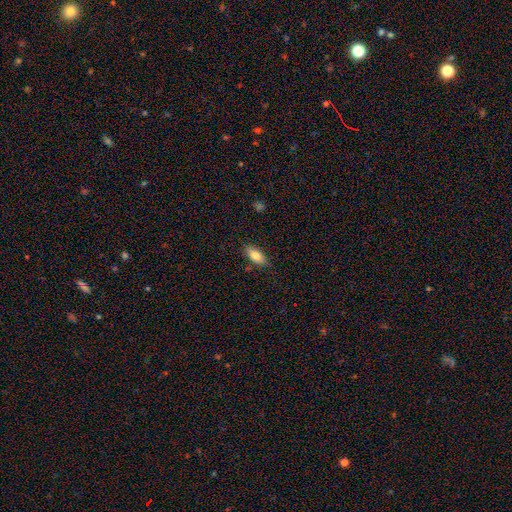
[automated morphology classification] Overall: smooth (81%). How rounded: in between (88%). Merging: none (83%).